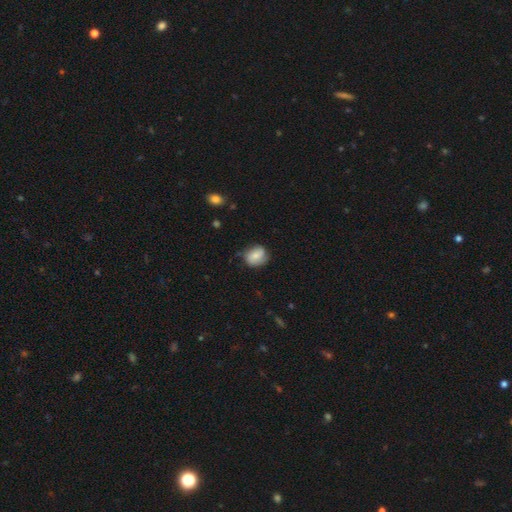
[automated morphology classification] Smooth or featured? smooth (69%)
How rounded? round (57%)
Merging? none (70%)